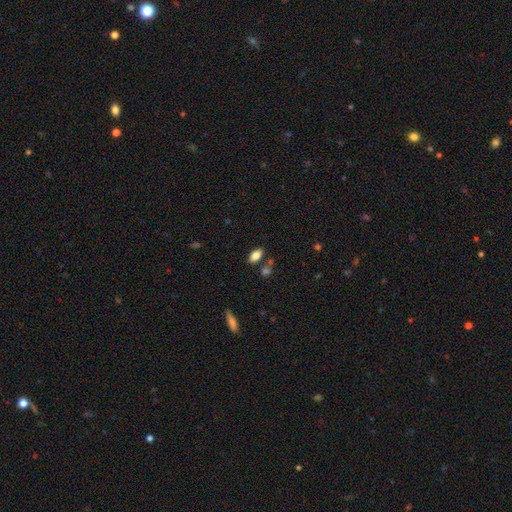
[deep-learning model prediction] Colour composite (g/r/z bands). It shows a smooth galaxy with no disk features (82%) that is in between round and cigar-shaped (91%). Merging: none (77%).